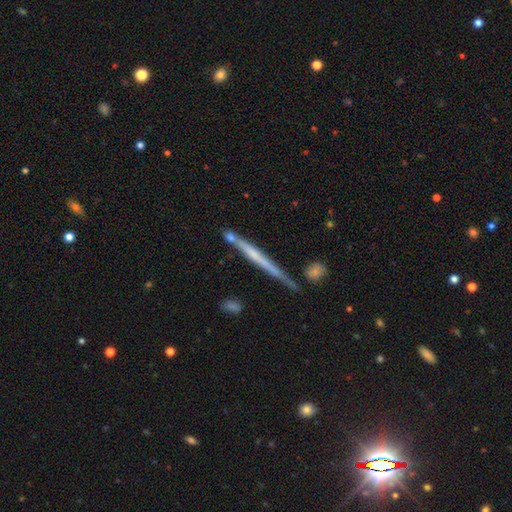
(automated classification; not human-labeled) Smooth or featured? Predicted: featured or disk (p=0.62). Edge-on disk? Predicted: yes (p=0.96). Edge-on bulge? Predicted: none (p=0.74). Merging? Predicted: none (p=0.74).